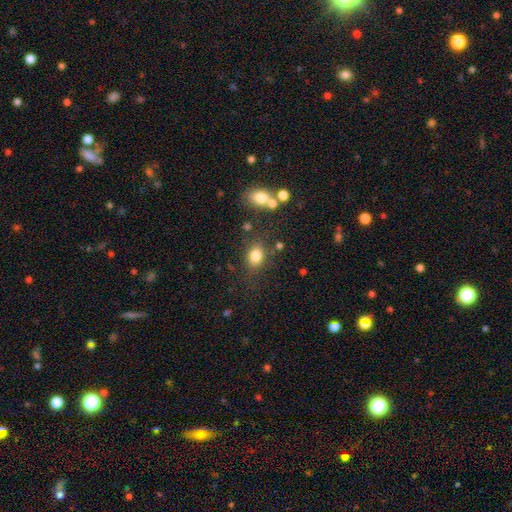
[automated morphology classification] Smooth or featured? smooth (81%)
How rounded? in between (60%)
Merging? none (73%)